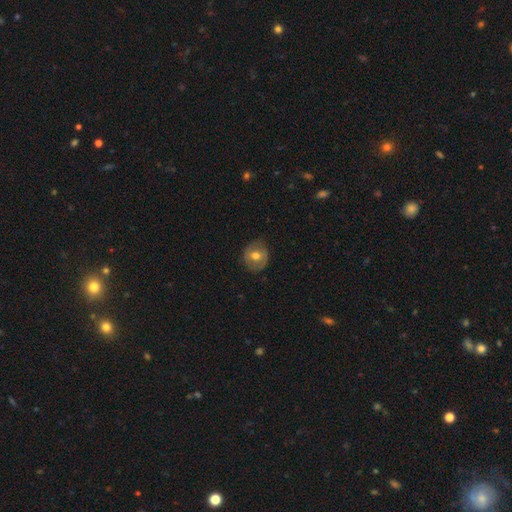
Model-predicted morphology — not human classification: Overall: smooth (59%; featured or disk 34%). How rounded: round (79%). Merging: none (80%).